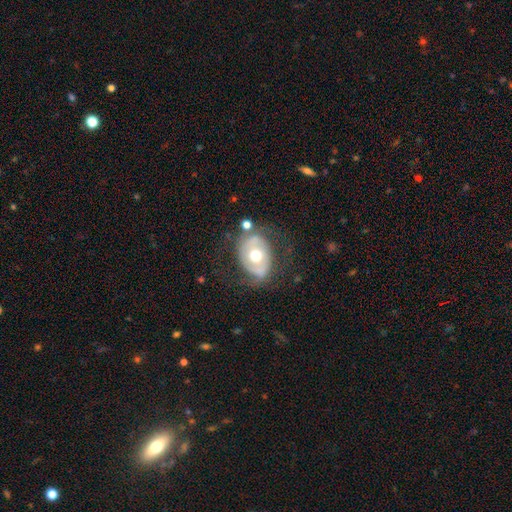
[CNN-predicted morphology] This appears to be a featured or disk galaxy (57%) with no bar (71%), no spiral arms (56%) and a moderate central bulge (75%). Merging: none (57%).